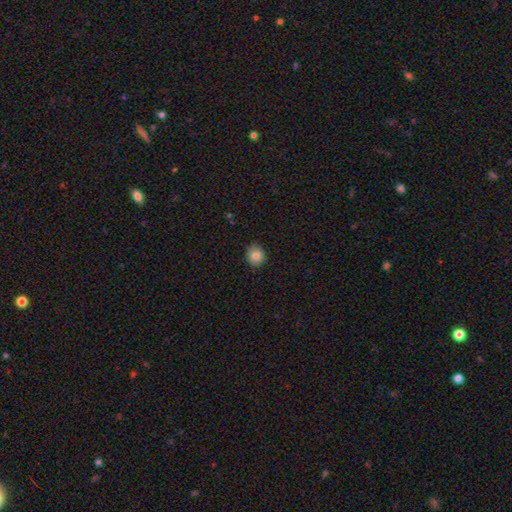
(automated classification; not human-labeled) Overall: smooth (83%). How rounded: round (73%). Merging: none (87%).